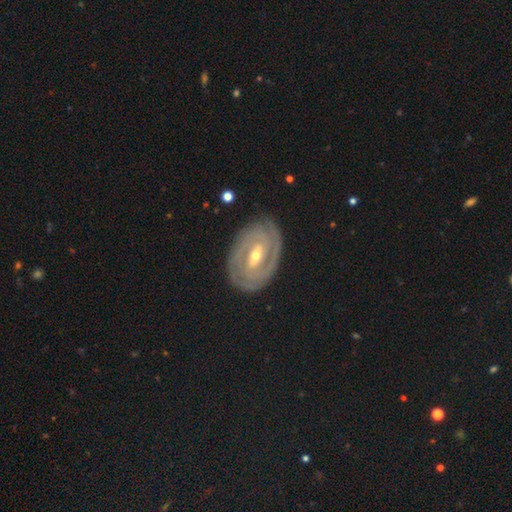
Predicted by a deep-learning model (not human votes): Smooth or featured? featured or disk (86%)
Edge-on disk? no (95%)
Bar? strong (42%)
Spiral arms? yes (91%)
Spiral winding? tight (79%)
Spiral arm count? 2 (63%)
Bulge size? moderate (49%)
Merging? none (83%)